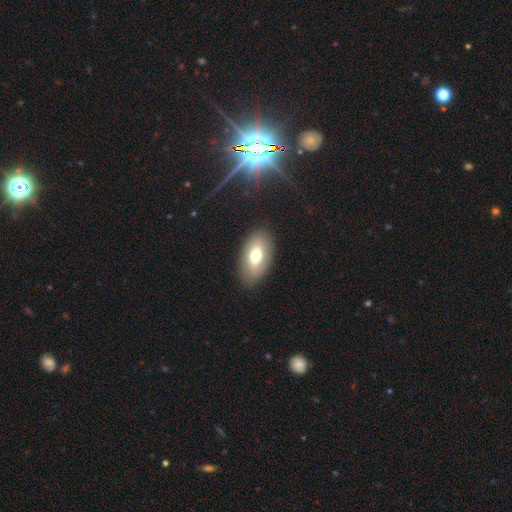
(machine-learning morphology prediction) Smooth or featured? Predicted: smooth (p=0.69). How rounded? Predicted: in between (p=0.92). Merging? Predicted: none (p=0.86).